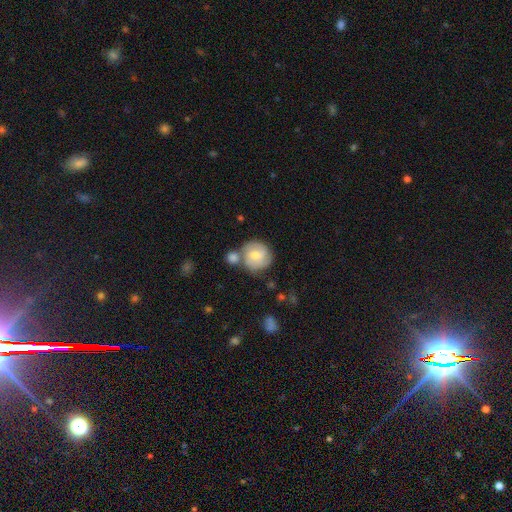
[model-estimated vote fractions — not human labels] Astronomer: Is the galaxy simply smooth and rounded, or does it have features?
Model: featured or disk — 48% (runner-up: smooth, 46%).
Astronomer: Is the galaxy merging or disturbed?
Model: none — 51% (runner-up: merger, 29%).